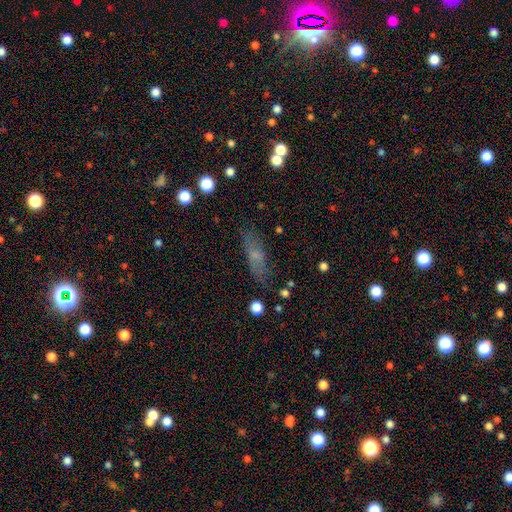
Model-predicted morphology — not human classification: Overall: smooth (59%; featured or disk 29%). How rounded: cigar-shaped (49%; in between 47%). Merging: none (76%).